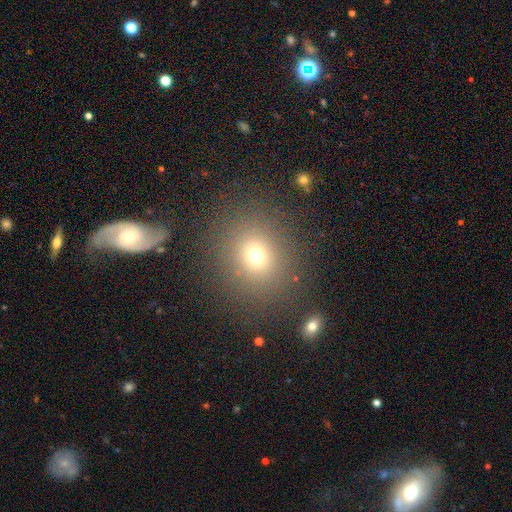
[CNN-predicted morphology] smooth-or-featured: smooth: 70% | star or artifact: 20% | featured or disk: 10%
  how-rounded: round: 82% | in between: 17% | cigar-shaped: 1%
  merging: none: 85% | minor disturbance: 8% | major disturbance: 5% | merger: 3%